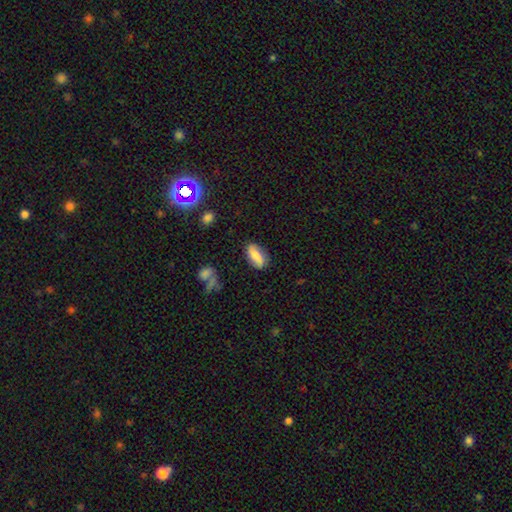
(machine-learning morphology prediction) The model was most divided on "smooth or featured": smooth: 65%, featured or disk: 28%, star or artifact: 8%. More confident: how rounded — in between (87%); merging — none (80%).